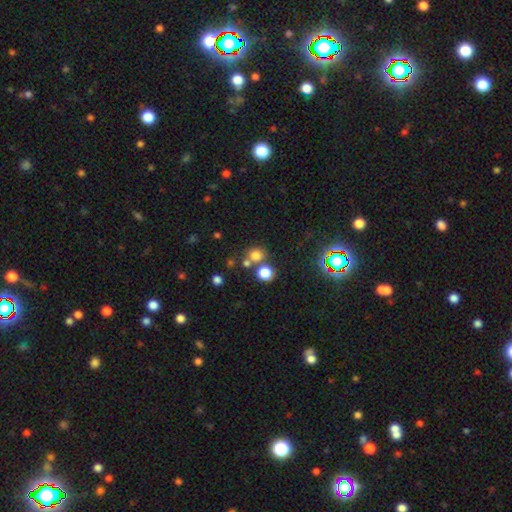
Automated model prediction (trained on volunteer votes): This appears to be a smooth galaxy with no disk features (70%) that is round (87%). Merging: none (65%).